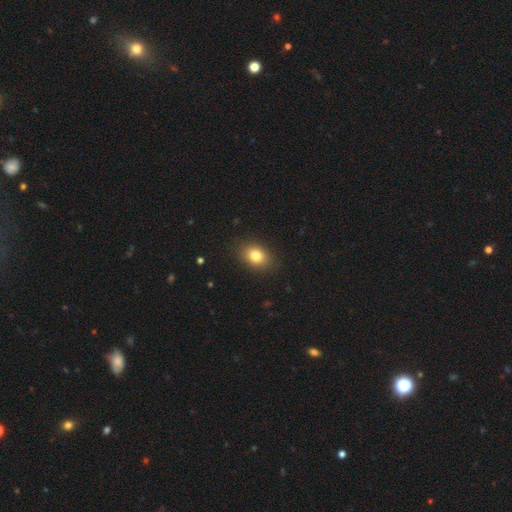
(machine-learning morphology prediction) The model was most divided on "how rounded": in between: 66%, round: 33%, cigar-shaped: 1%. More confident: merging — none (87%); smooth or featured — smooth (81%).